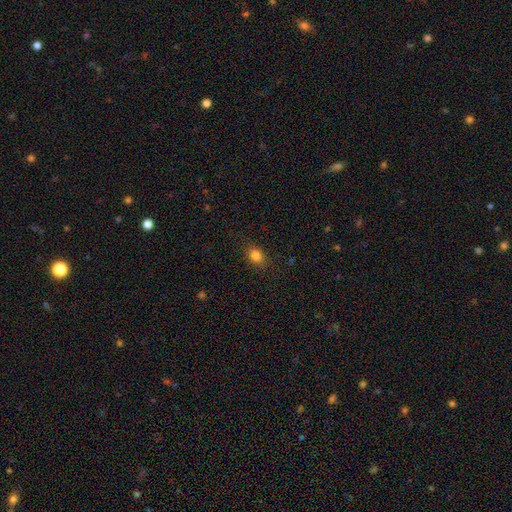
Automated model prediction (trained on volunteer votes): Smooth or featured? smooth (83%)
How rounded? in between (53%)
Merging? none (85%)